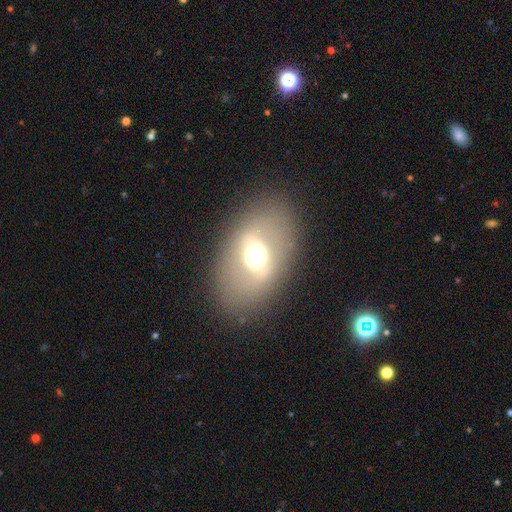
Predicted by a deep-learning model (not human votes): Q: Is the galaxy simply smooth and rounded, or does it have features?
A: smooth — 47%.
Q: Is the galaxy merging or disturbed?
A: none — 81%.